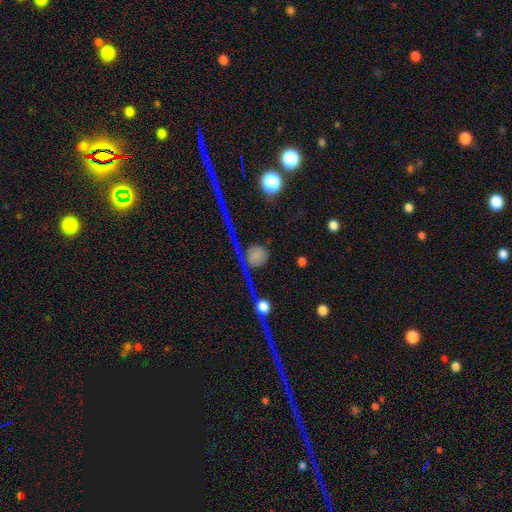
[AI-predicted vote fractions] A smooth galaxy with no disk features (60%) that is round (89%). Merging: none (51%).